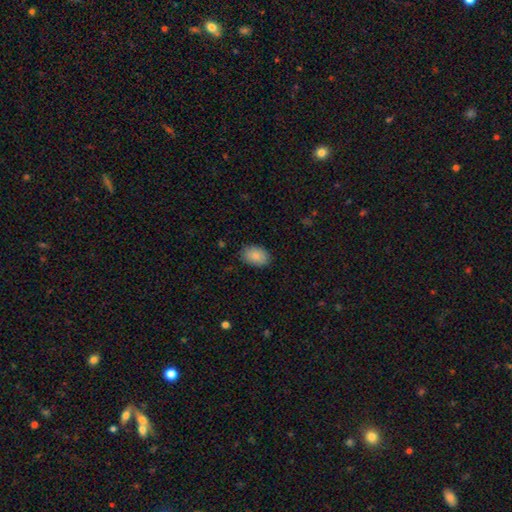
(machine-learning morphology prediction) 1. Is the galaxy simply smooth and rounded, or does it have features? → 88% smooth, 7% star or artifact, 5% featured or disk.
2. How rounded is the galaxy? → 87% in between, 12% round, 1% cigar-shaped.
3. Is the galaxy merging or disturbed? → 86% none, 11% minor disturbance, 3% major disturbance, 1% merger.